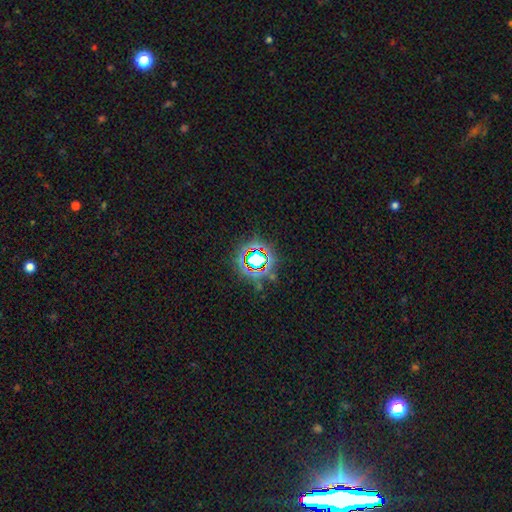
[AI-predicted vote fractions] smooth-or-featured: star or artifact: 69% | smooth: 20% | featured or disk: 12%